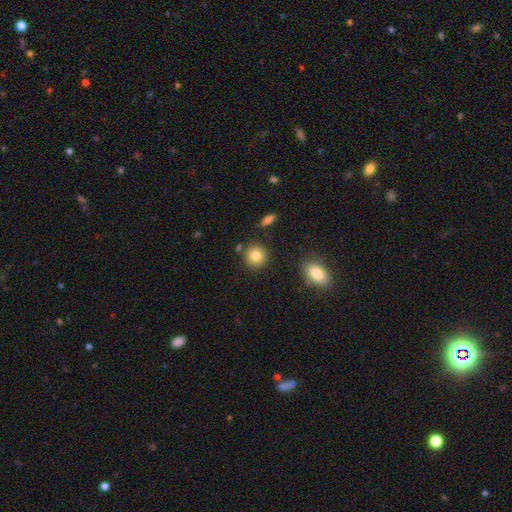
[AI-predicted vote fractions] Smooth or featured? Predicted: smooth (p=0.84). How rounded? Predicted: round (p=0.88). Merging? Predicted: none (p=0.85).